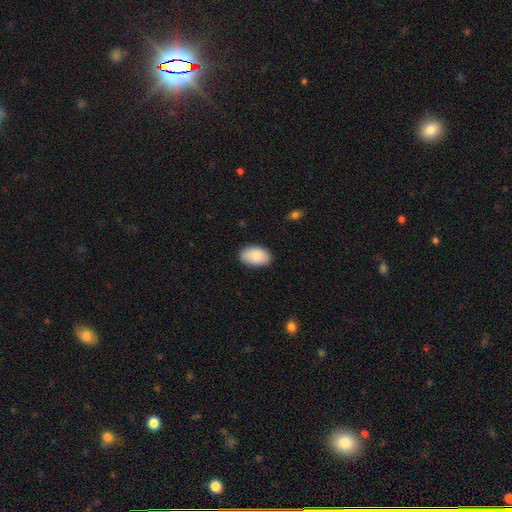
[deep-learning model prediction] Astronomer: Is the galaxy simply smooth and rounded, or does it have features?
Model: smooth — 87%.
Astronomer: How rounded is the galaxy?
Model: in between — 93%.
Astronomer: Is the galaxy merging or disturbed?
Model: none — 86%.